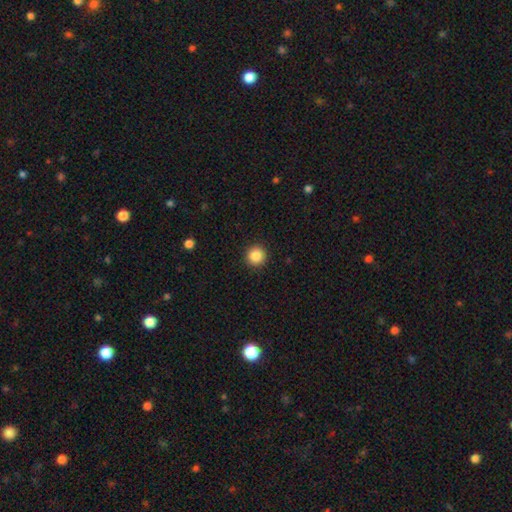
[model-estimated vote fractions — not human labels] Q: Smooth or featured?
A: smooth (87%); runner-up: star or artifact (10%)
Q: How rounded?
A: round (95%); runner-up: in between (4%)
Q: Merging?
A: none (93%); runner-up: minor disturbance (5%)